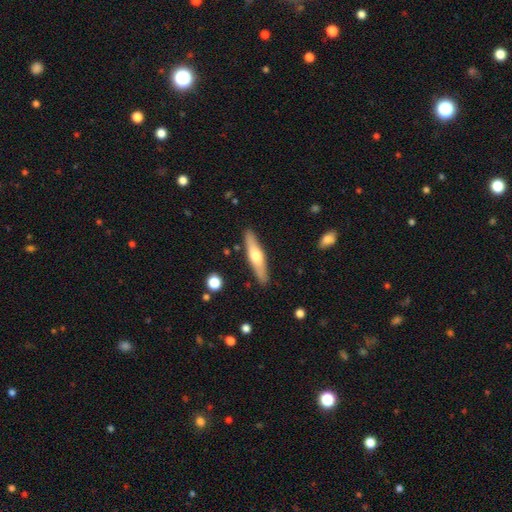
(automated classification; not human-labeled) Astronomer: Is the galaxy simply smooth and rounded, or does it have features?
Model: featured or disk — 50% (runner-up: smooth, 45%).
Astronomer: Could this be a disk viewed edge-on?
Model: yes — 91%.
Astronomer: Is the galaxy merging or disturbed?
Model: none — 88%.